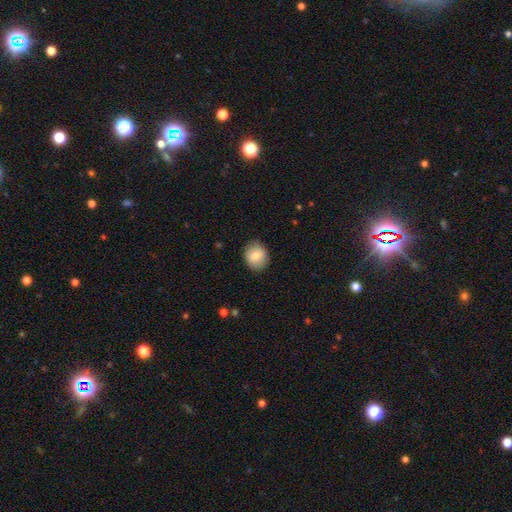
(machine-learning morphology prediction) Q: Smooth or featured?
A: smooth (83%); runner-up: featured or disk (9%)
Q: How rounded?
A: round (70%); runner-up: in between (29%)
Q: Merging?
A: none (87%); runner-up: minor disturbance (10%)